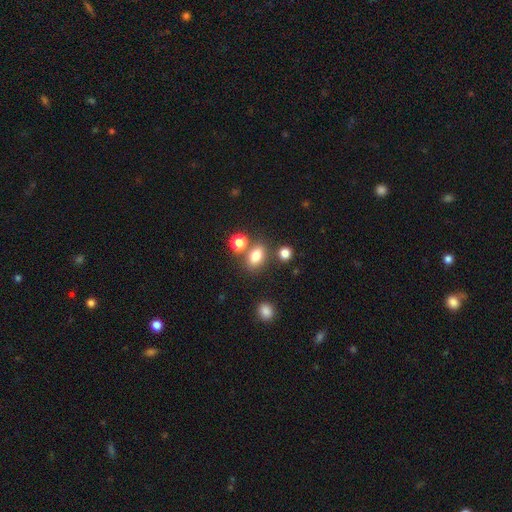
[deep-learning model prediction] Smooth or featured? smooth (79%)
How rounded? in between (75%)
Merging? none (65%)